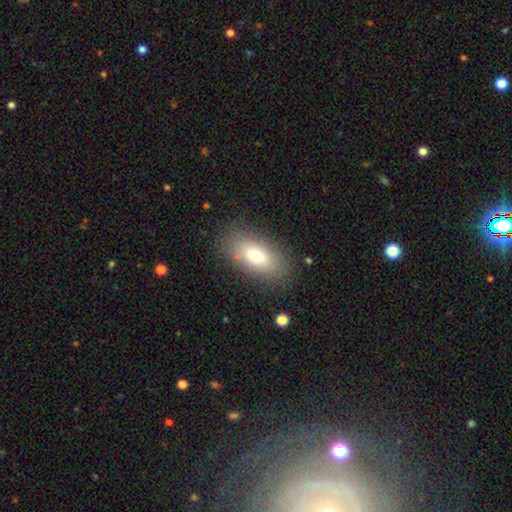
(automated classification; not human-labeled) A smooth galaxy with no disk features (73%) that is in between round and cigar-shaped (89%).

Vote fractions:
- Smooth or featured? smooth: 73% / featured or disk: 18% / star or artifact: 9%
- How rounded? in between: 89% / round: 6% / cigar-shaped: 5%
- Merging? none: 83% / minor disturbance: 11% / major disturbance: 4% / merger: 2%